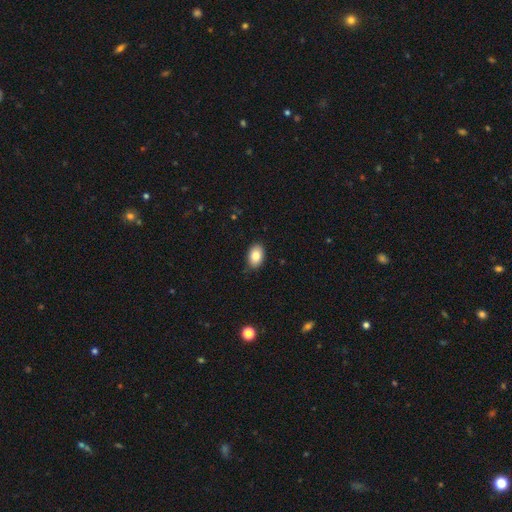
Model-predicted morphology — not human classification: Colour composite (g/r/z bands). It shows a smooth galaxy with no disk features (84%) that is in between round and cigar-shaped (88%). Merging: none (85%).